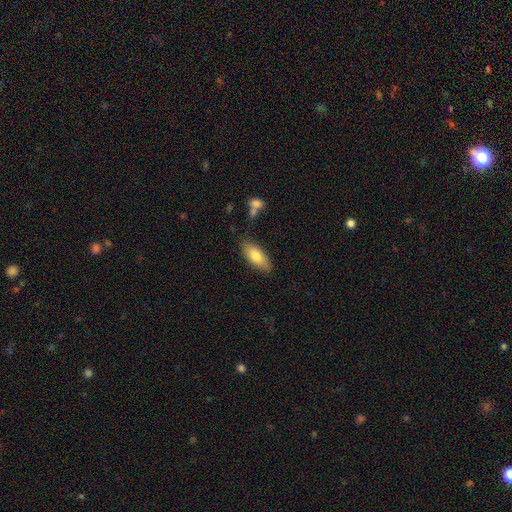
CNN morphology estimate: smooth_or_featured: smooth (p=0.79) [alt: featured or disk p=0.15]
how_rounded: in between (p=0.80) [alt: cigar-shaped p=0.17]
merging: none (p=0.81) [alt: minor disturbance p=0.13]